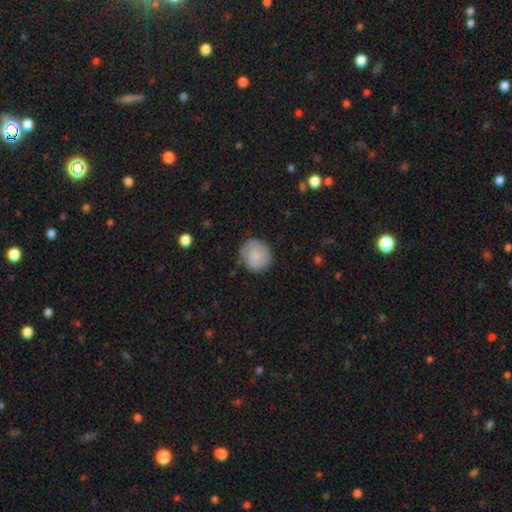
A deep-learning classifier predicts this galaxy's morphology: Overall: smooth (79%). How rounded: round (89%). Merging: none (77%).